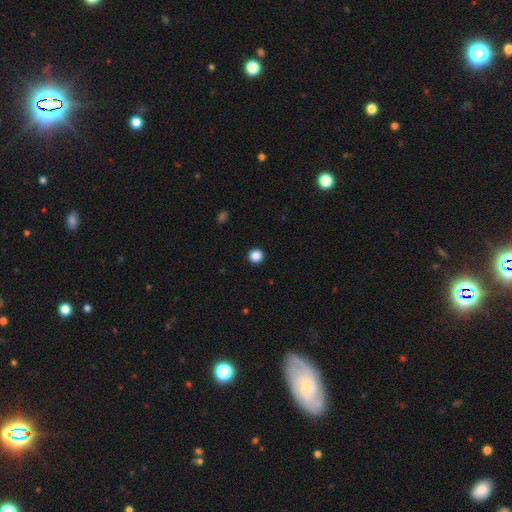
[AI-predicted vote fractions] Q: Smooth or featured?
A: smooth (87%); runner-up: star or artifact (11%)
Q: How rounded?
A: round (96%); runner-up: in between (3%)
Q: Merging?
A: none (94%); runner-up: minor disturbance (4%)